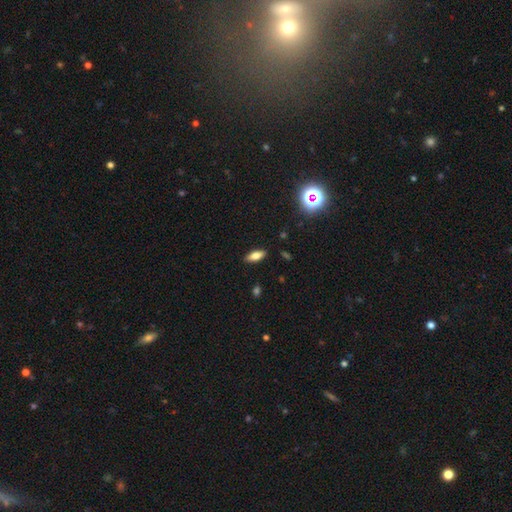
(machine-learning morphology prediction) type=smooth (71%); roundness=in between (75%); merging=none (88%).